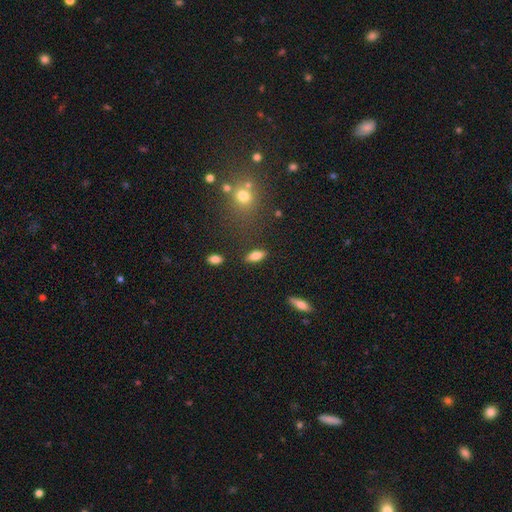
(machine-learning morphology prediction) This appears to be a smooth galaxy with no disk features (74%) that is in between round and cigar-shaped (76%). Merging: none (84%).